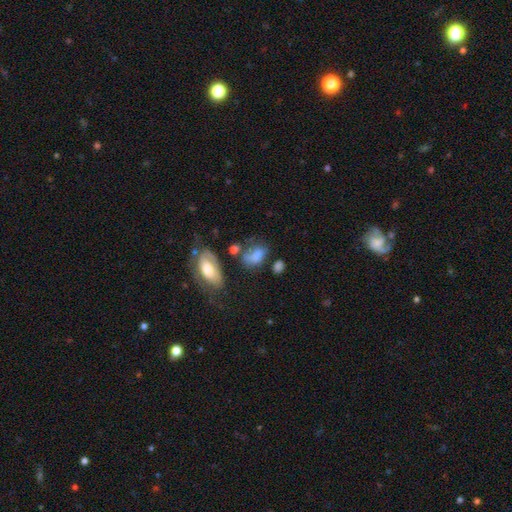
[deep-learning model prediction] Smooth or featured: smooth — 70% (featured or disk — 18%)
How rounded: in between — 82% (round — 15%)
Merging: none — 37% (minor disturbance — 26%)